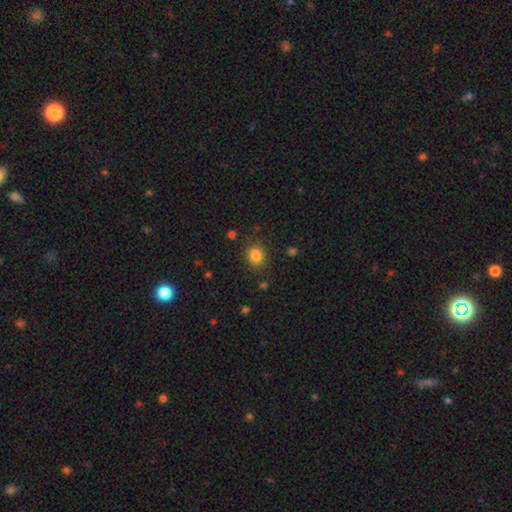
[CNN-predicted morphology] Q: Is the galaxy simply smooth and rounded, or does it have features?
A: smooth — 83%.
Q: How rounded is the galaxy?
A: round — 63%.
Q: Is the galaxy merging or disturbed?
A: none — 85%.